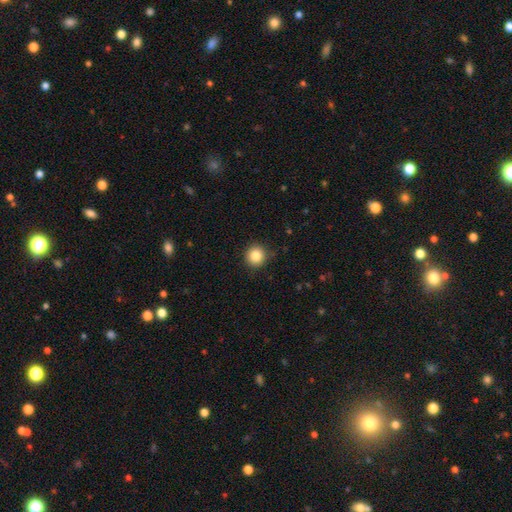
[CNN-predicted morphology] This is clearly a smooth galaxy (85%). How rounded: clearly round (94%). Merging: clearly none (90%).